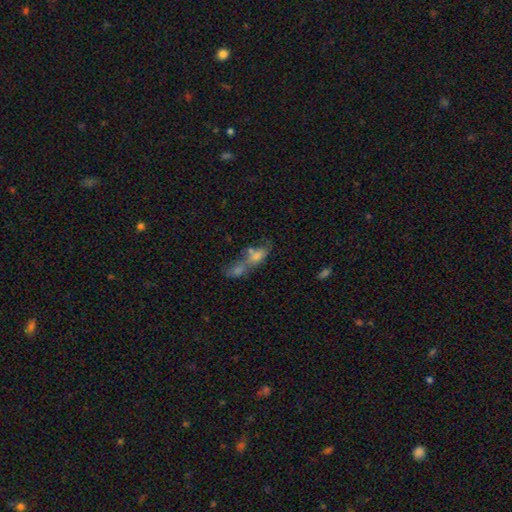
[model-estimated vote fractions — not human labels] A smooth galaxy with no disk features (64%) that is in between round and cigar-shaped (72%).

Vote fractions:
- Smooth or featured? smooth: 64% / featured or disk: 24% / star or artifact: 12%
- How rounded? in between: 72% / cigar-shaped: 18% / round: 10%
- Merging? merger: 66% / none: 17% / major disturbance: 8% / minor disturbance: 8%